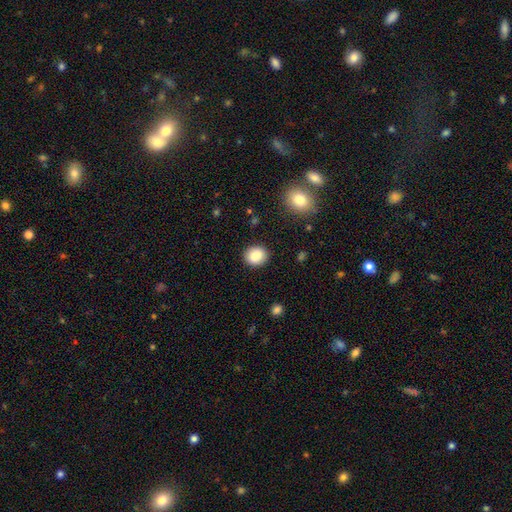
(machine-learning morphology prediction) The model was most divided on "how rounded": round: 73%, in between: 26%, cigar-shaped: 1%. More confident: merging — none (89%); smooth or featured — smooth (86%).